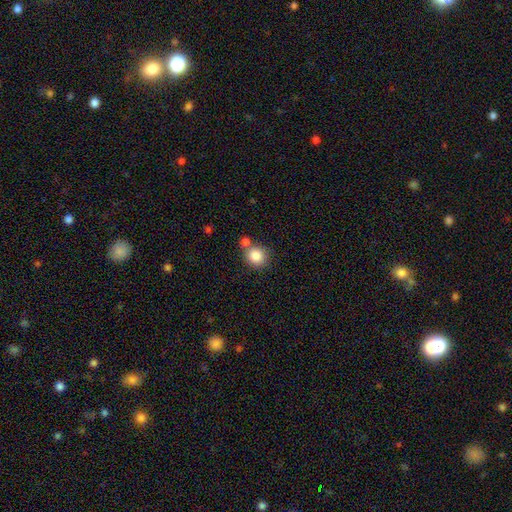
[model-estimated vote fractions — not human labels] Overall: smooth (84%). How rounded: round (87%). Merging: none (59%; merger 28%).